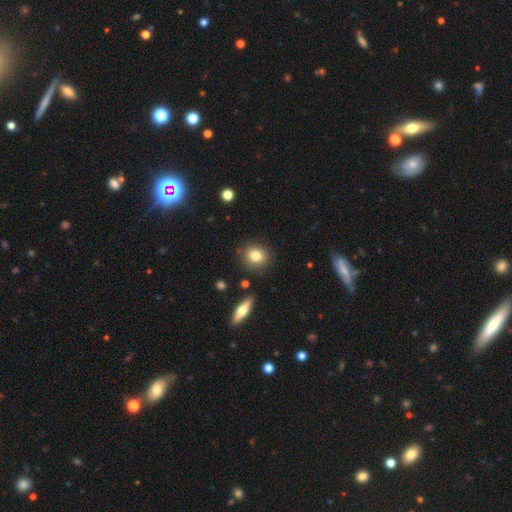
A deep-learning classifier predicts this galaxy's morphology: Smooth or featured? smooth (79%)
How rounded? round (79%)
Merging? none (84%)